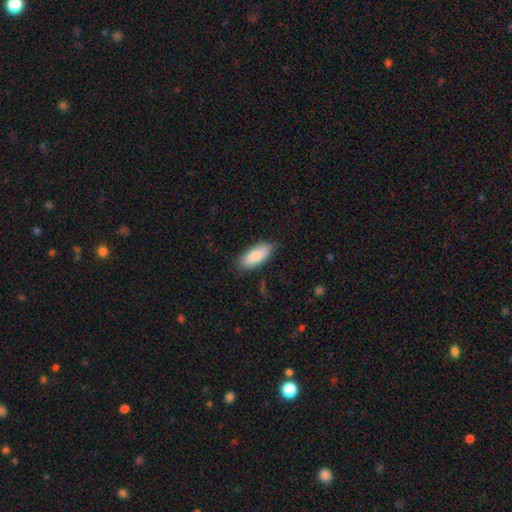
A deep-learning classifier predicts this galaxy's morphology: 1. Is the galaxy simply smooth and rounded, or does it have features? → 85% smooth, 9% featured or disk, 6% star or artifact.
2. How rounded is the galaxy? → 88% in between, 11% cigar-shaped, 2% round.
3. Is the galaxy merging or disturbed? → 79% none, 17% minor disturbance, 3% major disturbance, 1% merger.